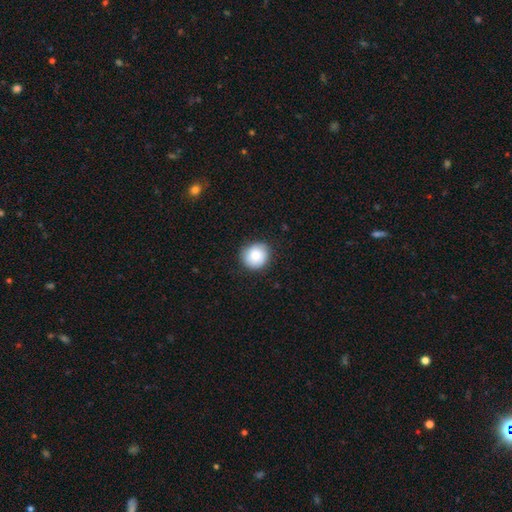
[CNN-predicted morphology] Overall: smooth (83%). How rounded: round (89%). Merging: none (85%).